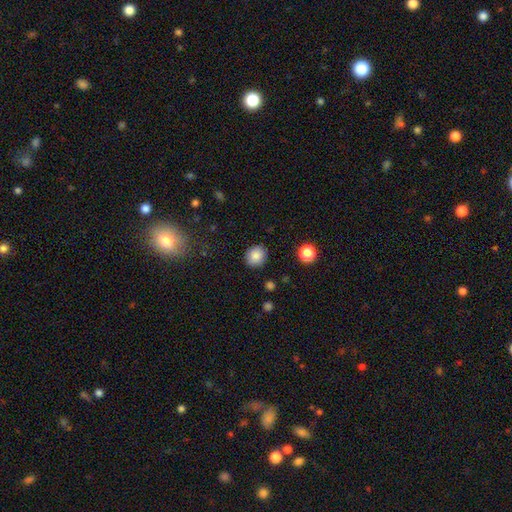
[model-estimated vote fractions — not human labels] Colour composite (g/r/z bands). It shows a smooth galaxy with no disk features (87%) that is round (80%). Merging: none (89%).